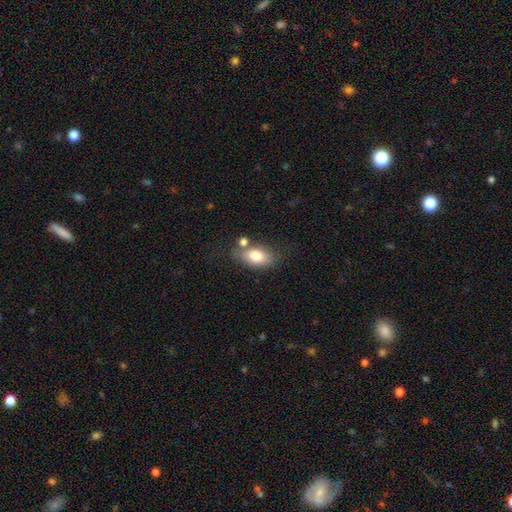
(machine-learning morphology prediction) Smooth or featured? smooth (78%)
How rounded? in between (88%)
Merging? none (62%)